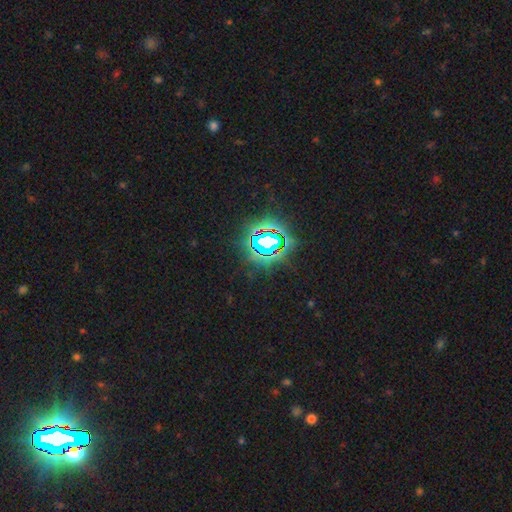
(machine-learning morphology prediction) A star or artifact, not a galaxy (83%).

Vote fractions:
- Smooth or featured? star or artifact: 83% / smooth: 11% / featured or disk: 6%